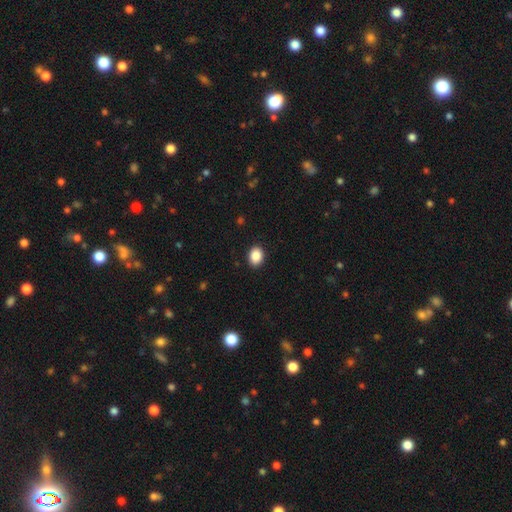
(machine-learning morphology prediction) Q: Smooth or featured?
A: smooth (89%); runner-up: star or artifact (8%)
Q: How rounded?
A: in between (67%); runner-up: round (32%)
Q: Merging?
A: none (90%); runner-up: minor disturbance (7%)